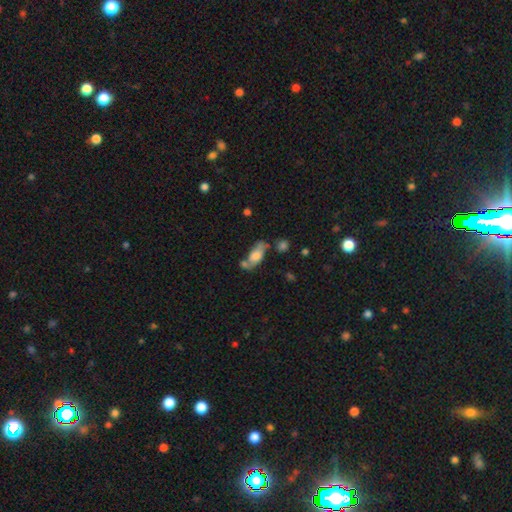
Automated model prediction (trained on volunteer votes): smooth 65%, featured or disk 27%, star or artifact 8%. Down the decision tree: how rounded — in between (81%); merging — none (42%).